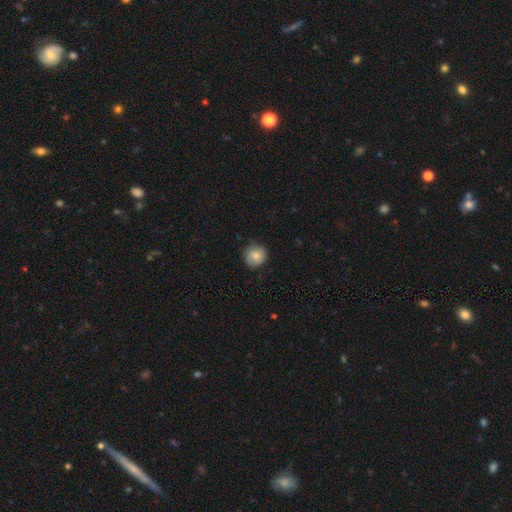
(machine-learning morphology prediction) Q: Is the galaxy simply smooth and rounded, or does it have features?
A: smooth — 79%.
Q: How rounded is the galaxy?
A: round — 89%.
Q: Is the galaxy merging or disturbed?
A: none — 77%.